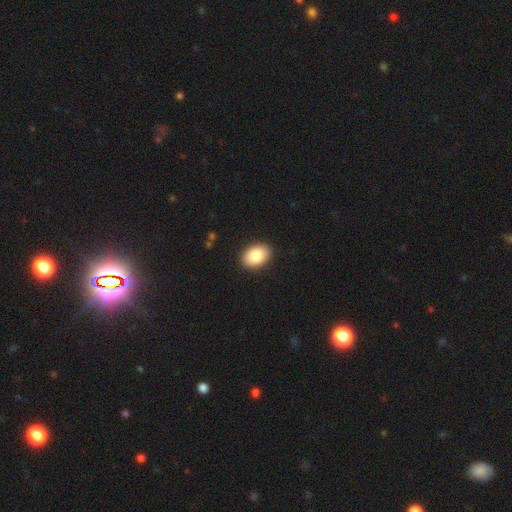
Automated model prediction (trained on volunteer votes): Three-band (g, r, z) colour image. It shows a smooth galaxy with no disk features (87%) that is in between round and cigar-shaped (86%). Merging: none (90%).